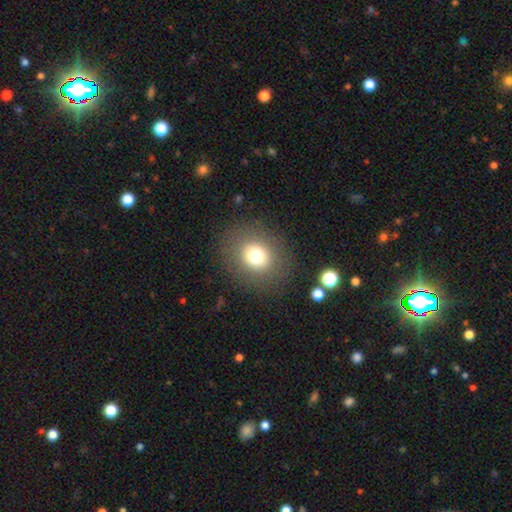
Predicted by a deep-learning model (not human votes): The model was most divided on "how rounded": round: 76%, in between: 24%, cigar-shaped: 1%. More confident: merging — none (86%); smooth or featured — smooth (73%).